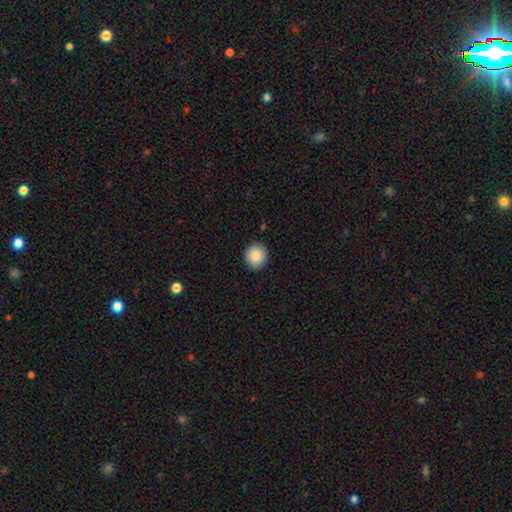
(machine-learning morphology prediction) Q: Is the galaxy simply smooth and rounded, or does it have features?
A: smooth — 88%.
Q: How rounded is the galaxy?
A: round — 87%.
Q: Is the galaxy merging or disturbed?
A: none — 90%.